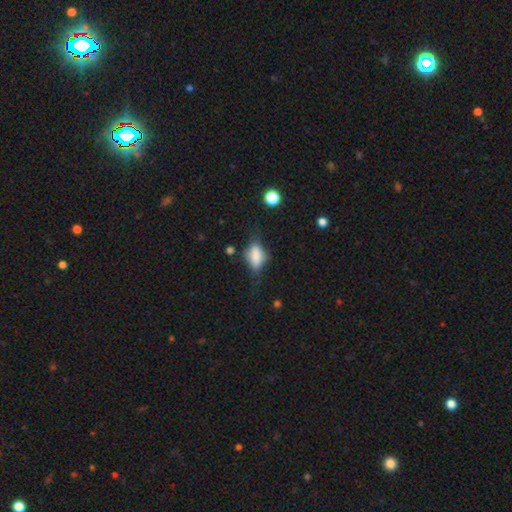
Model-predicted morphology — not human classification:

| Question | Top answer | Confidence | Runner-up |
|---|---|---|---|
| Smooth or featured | smooth | 64% | featured or disk (26%) |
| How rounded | in between | 79% | cigar-shaped (11%) |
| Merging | none | 47% | minor disturbance (31%) |